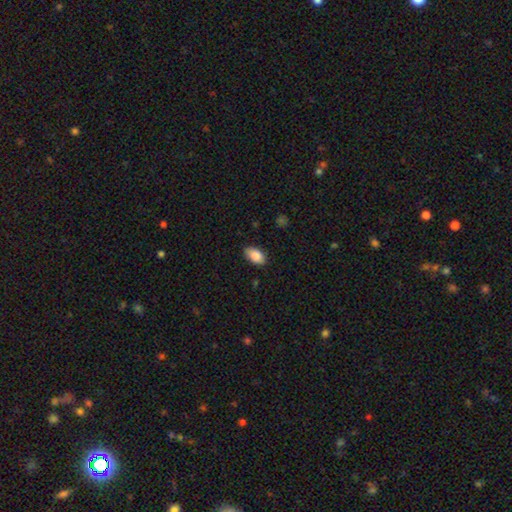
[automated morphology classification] smooth-or-featured: smooth: 88% | star or artifact: 7% | featured or disk: 5%
  how-rounded: in between: 94% | round: 5% | cigar-shaped: 2%
  merging: none: 81% | minor disturbance: 15% | major disturbance: 3% | merger: 1%